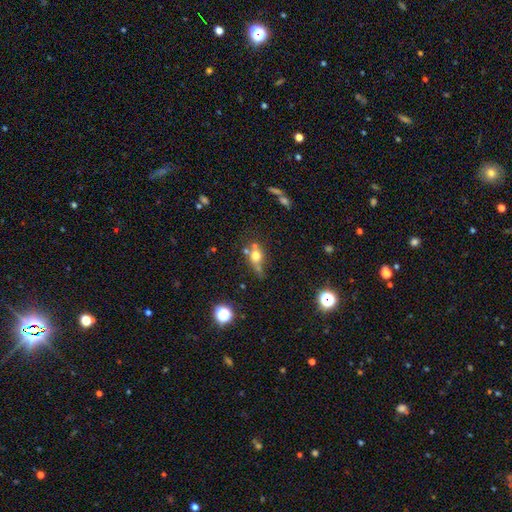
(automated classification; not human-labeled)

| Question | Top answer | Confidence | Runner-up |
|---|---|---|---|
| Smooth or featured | smooth | 64% | featured or disk (19%) |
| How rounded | round | 64% | in between (31%) |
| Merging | none | 40% | merger (28%) |